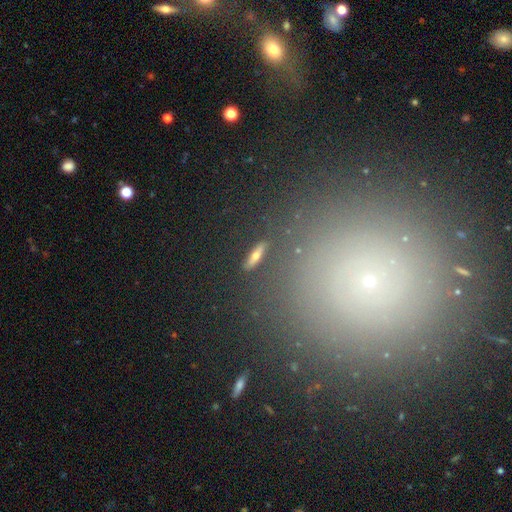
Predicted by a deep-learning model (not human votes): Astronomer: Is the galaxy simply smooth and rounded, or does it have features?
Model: smooth — 51% (runner-up: featured or disk, 30%).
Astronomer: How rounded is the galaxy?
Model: cigar-shaped — 56% (runner-up: in between, 33%).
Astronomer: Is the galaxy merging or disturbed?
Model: none — 86%.